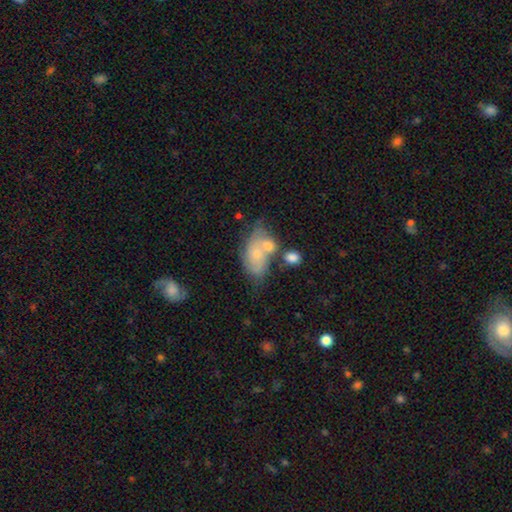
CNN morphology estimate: A smooth galaxy with no disk features (52%) that is in between round and cigar-shaped (86%).

Vote fractions:
- Smooth or featured? smooth: 52% / featured or disk: 41% / star or artifact: 8%
- How rounded? in between: 86% / round: 12% / cigar-shaped: 2%
- Merging? merger: 49% / none: 24% / minor disturbance: 16% / major disturbance: 10%